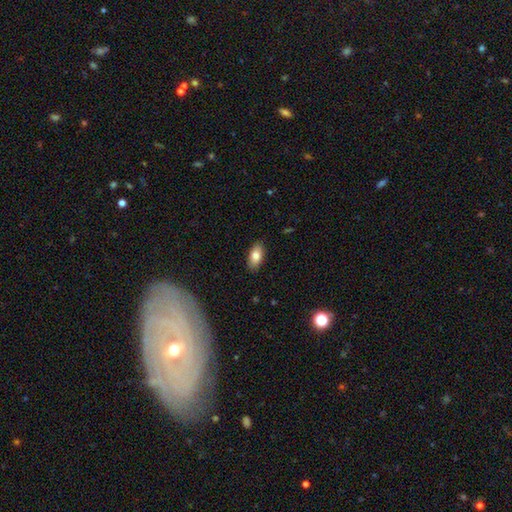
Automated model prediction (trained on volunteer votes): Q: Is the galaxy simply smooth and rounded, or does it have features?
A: smooth — 81%.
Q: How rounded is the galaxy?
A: in between — 91%.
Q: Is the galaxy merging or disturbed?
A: none — 88%.